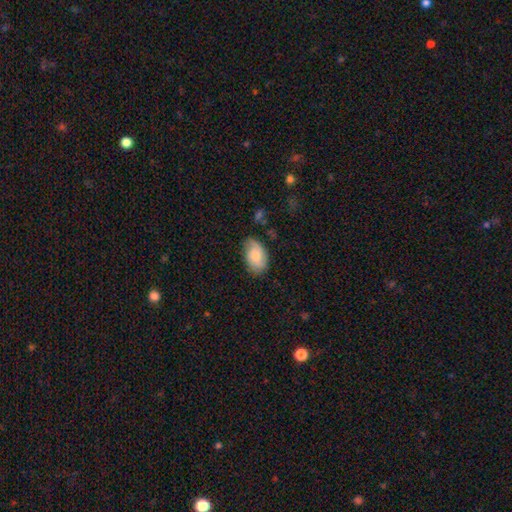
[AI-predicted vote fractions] smooth-or-featured: smooth: 71% | featured or disk: 22% | star or artifact: 7%
  how-rounded: in between: 90% | round: 9% | cigar-shaped: 1%
  merging: none: 69% | minor disturbance: 24% | major disturbance: 6% | merger: 2%